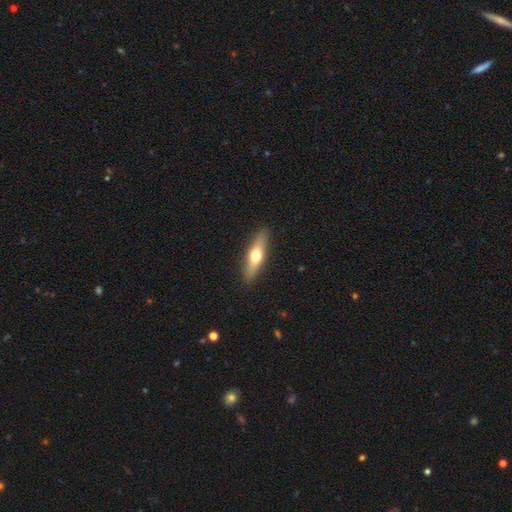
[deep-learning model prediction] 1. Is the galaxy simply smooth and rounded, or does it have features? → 49% smooth, 46% featured or disk, 6% star or artifact.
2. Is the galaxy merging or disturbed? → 90% none, 7% minor disturbance, 2% major disturbance, 1% merger.